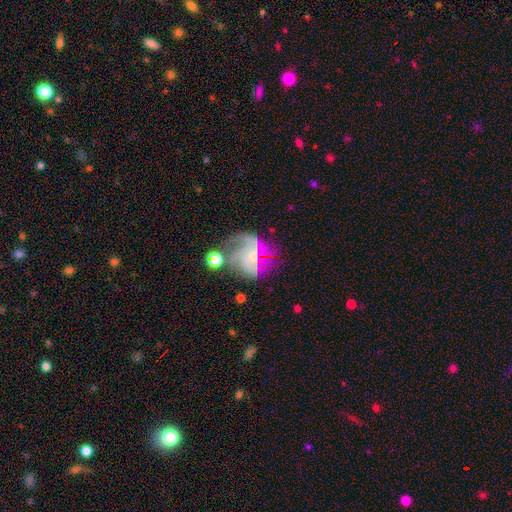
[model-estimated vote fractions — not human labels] Smooth or featured? featured or disk (71%)
Edge-on disk? no (98%)
Bar? no (61%)
Spiral arms? yes (84%)
Spiral winding? medium (42%)
Spiral arm count? can't tell (31%)
Bulge size? small (64%)
Merging? none (43%)